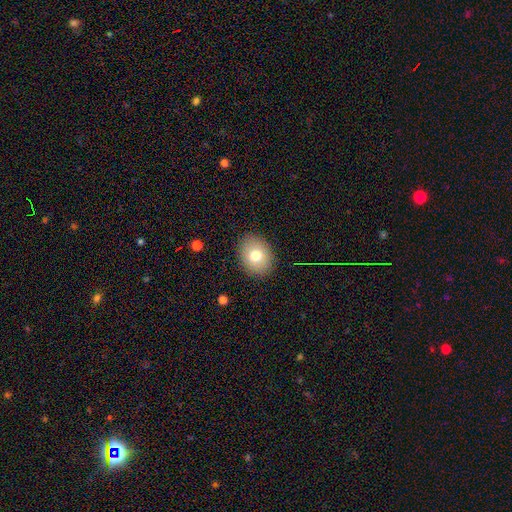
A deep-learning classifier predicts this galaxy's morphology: smooth 76%, featured or disk 14%, star or artifact 10%. Down the decision tree: how rounded — in between (50%); merging — none (88%).